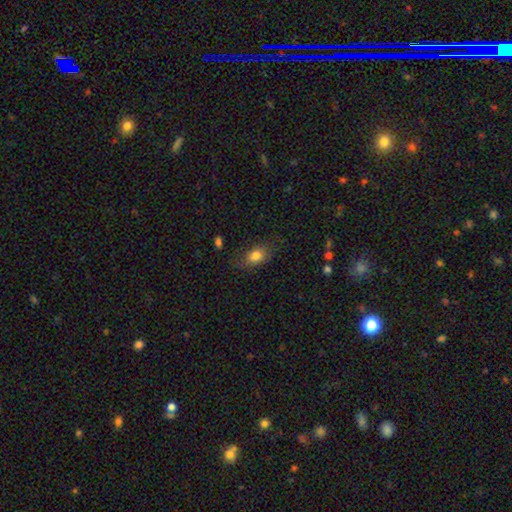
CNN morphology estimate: smooth 79%, featured or disk 11%, star or artifact 9%. Down the decision tree: how rounded — in between (79%); merging — none (68%).